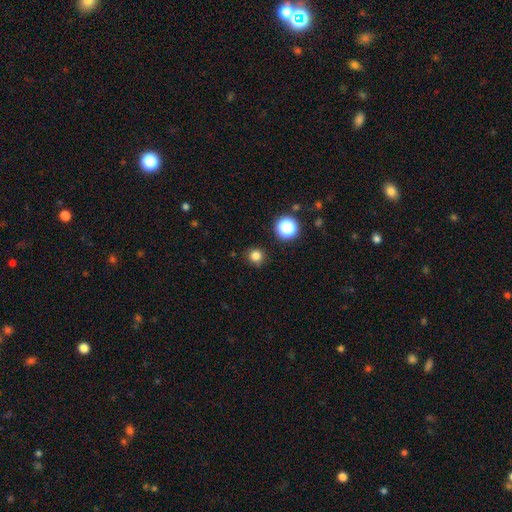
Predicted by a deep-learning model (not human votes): This appears to be a smooth galaxy with no disk features (80%) that is round (93%). Merging: none (89%).